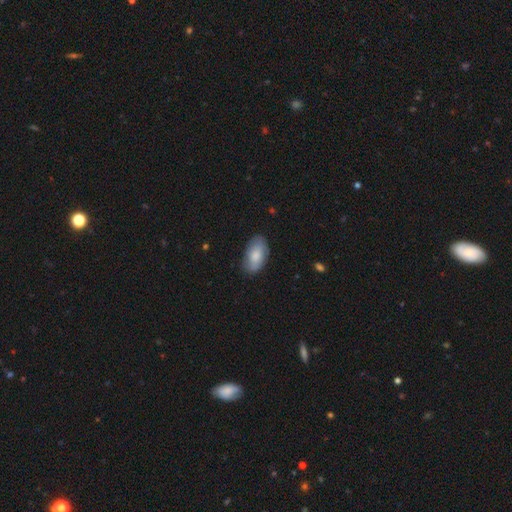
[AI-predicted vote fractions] Smooth or featured: smooth — 74% (featured or disk — 20%)
How rounded: in between — 94% (round — 4%)
Merging: none — 77% (minor disturbance — 18%)